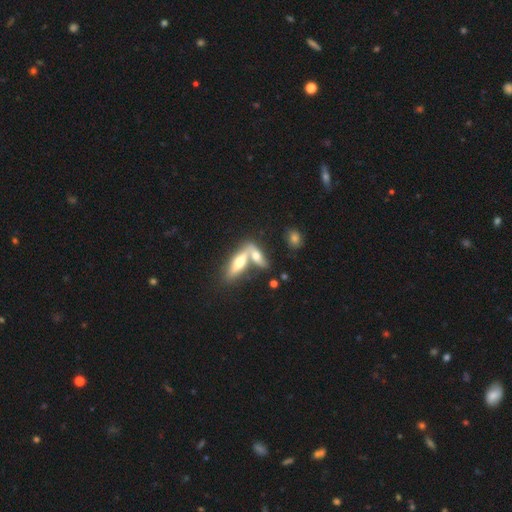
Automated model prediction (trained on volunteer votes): Morphology: type=smooth (50%); roundness=in between (50%); merging=merger (57%).